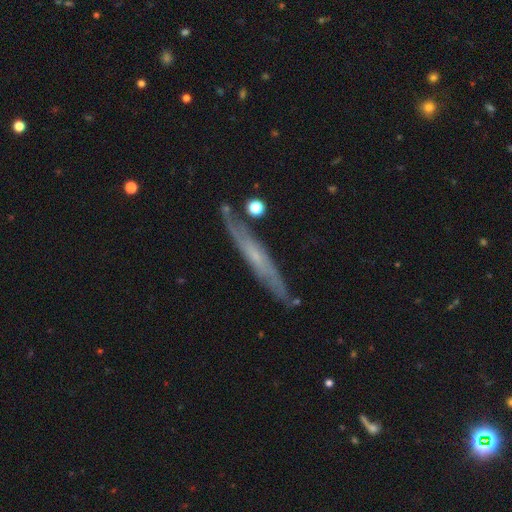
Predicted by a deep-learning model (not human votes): A featured or disk galaxy (66%) viewed edge-on (79%) with no central bulge (60%). Merging: none (79%).